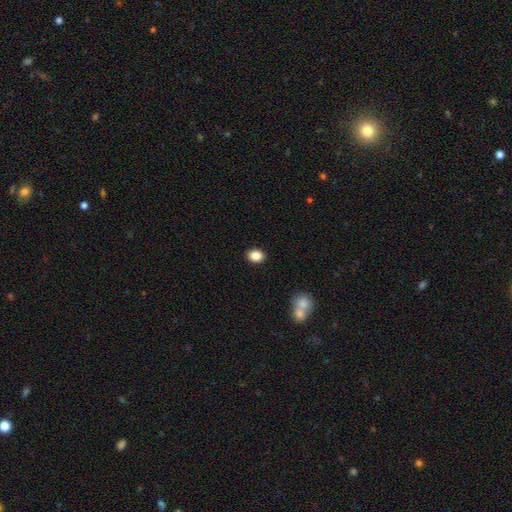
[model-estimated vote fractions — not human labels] Smooth or featured? smooth (86%)
How rounded? in between (57%)
Merging? none (90%)